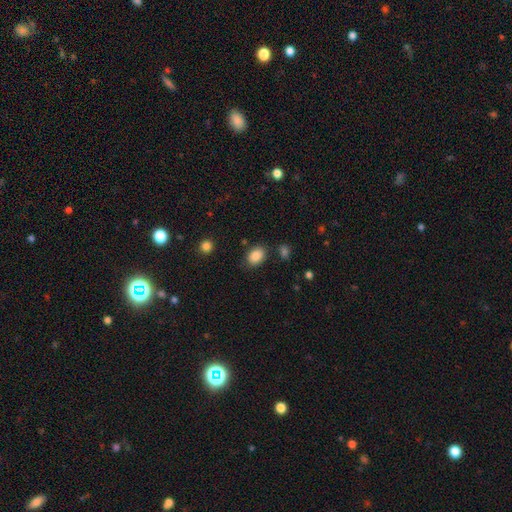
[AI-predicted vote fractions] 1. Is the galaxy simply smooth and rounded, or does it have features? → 87% smooth, 8% star or artifact, 4% featured or disk.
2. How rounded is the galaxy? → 74% in between, 25% round, 1% cigar-shaped.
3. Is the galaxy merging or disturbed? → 80% none, 13% minor disturbance, 4% major disturbance, 4% merger.